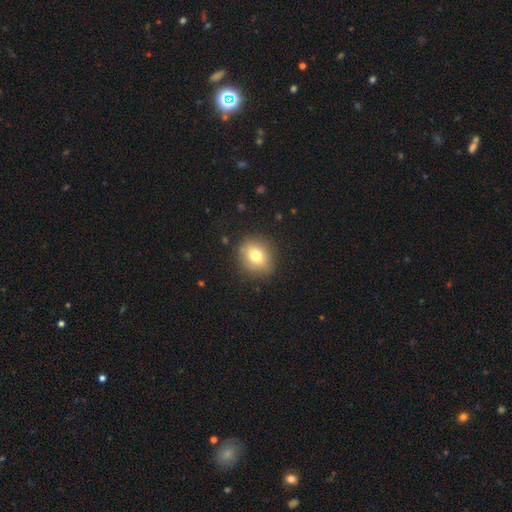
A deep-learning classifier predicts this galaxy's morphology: smooth 75%, featured or disk 14%, star or artifact 11%. Down the decision tree: how rounded — round (72%); merging — none (85%).